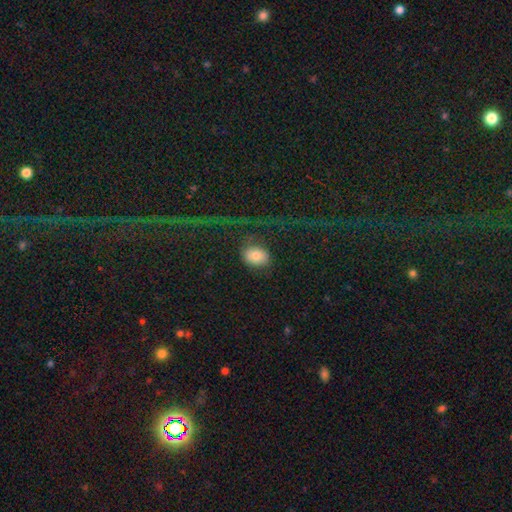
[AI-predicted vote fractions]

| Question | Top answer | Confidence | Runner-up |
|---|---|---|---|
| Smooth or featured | smooth | 76% | featured or disk (14%) |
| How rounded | in between | 62% | round (36%) |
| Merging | none | 60% | major disturbance (22%) |